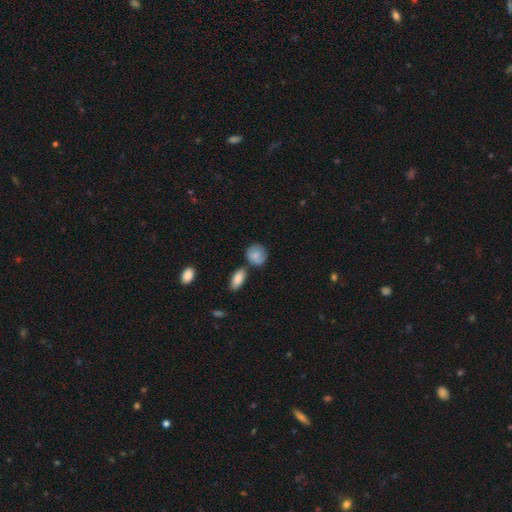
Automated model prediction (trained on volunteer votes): A smooth galaxy with no disk features (78%) that is round (67%).

Vote fractions:
- Smooth or featured? smooth: 78% / featured or disk: 15% / star or artifact: 7%
- How rounded? round: 67% / in between: 32% / cigar-shaped: 2%
- Merging? none: 63% / minor disturbance: 20% / merger: 12% / major disturbance: 5%